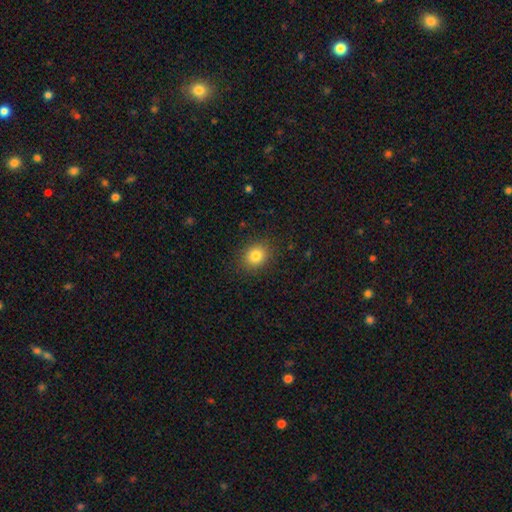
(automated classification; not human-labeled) Smooth or featured? smooth (82%)
How rounded? round (69%)
Merging? none (88%)